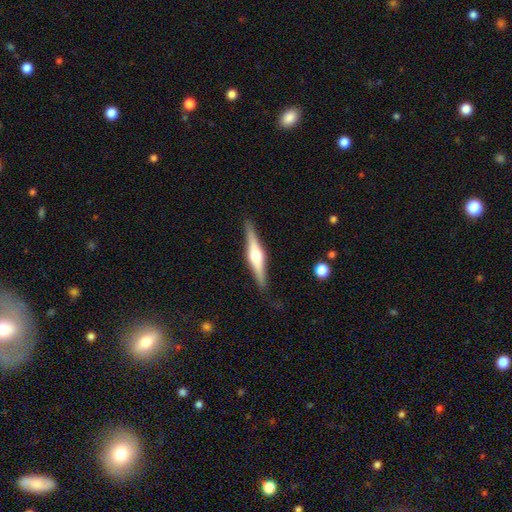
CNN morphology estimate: A featured or disk galaxy (73%) viewed edge-on (98%) with a rounded central bulge (91%). Merging: none (89%).